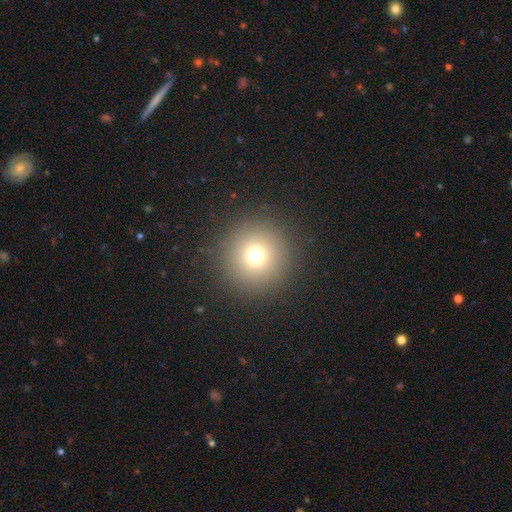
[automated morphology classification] A smooth galaxy with no disk features (72%) that is round (97%). Merging: none (91%).